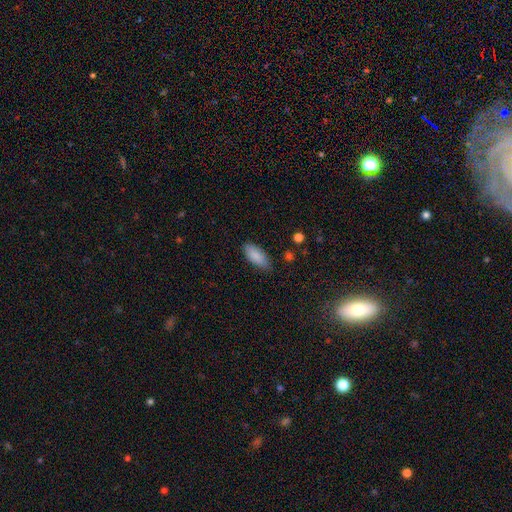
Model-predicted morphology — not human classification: smooth-or-featured: smooth: 88% | star or artifact: 6% | featured or disk: 6%
  how-rounded: in between: 85% | cigar-shaped: 13% | round: 2%
  merging: none: 80% | minor disturbance: 16% | major disturbance: 3% | merger: 1%